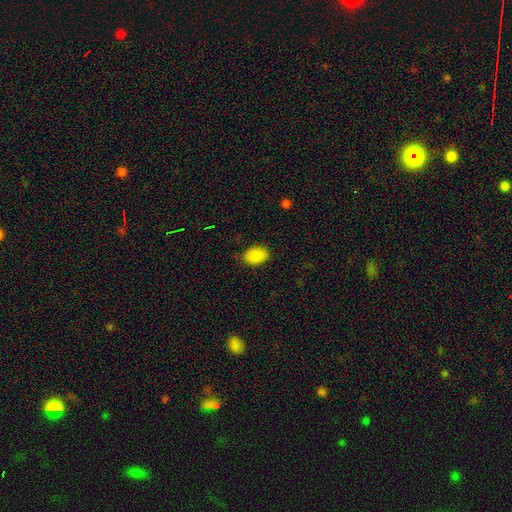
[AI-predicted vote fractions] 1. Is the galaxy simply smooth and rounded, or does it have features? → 89% smooth, 8% star or artifact, 4% featured or disk.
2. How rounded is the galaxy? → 84% in between, 15% round, 1% cigar-shaped.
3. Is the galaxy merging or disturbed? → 83% none, 13% minor disturbance, 3% major disturbance, 1% merger.